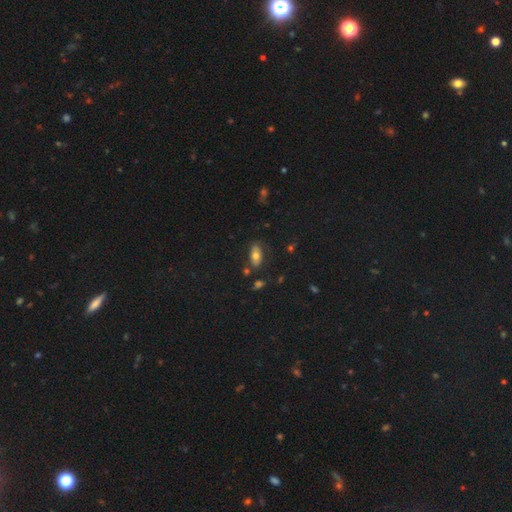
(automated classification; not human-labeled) The model was most divided on "smooth or featured": smooth: 69%, featured or disk: 22%, star or artifact: 10%. More confident: how rounded — in between (89%); merging — none (69%).